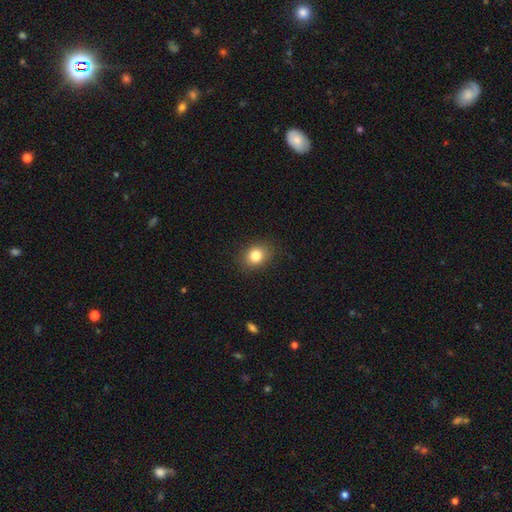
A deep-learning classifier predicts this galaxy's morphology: Smooth or featured?
  - smooth: 82% *
  - star or artifact: 10%
  - featured or disk: 7%
How rounded?
  - in between: 50% *
  - round: 49%
  - cigar-shaped: 1%
Merging?
  - none: 86% *
  - minor disturbance: 11%
  - major disturbance: 3%
  - merger: 1%